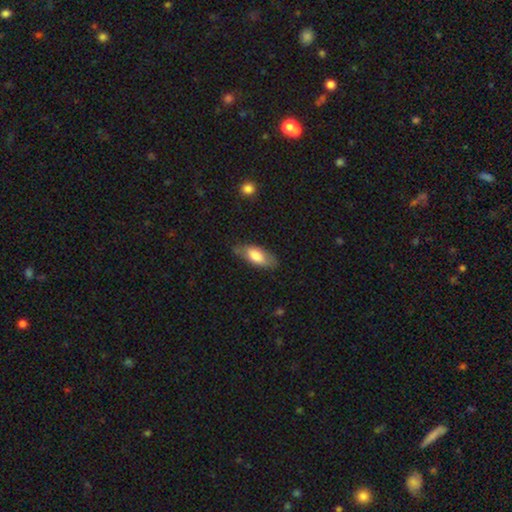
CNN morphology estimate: Smooth or featured: smooth — 75% (featured or disk — 19%)
How rounded: in between — 83% (cigar-shaped — 15%)
Merging: none — 69% (minor disturbance — 24%)